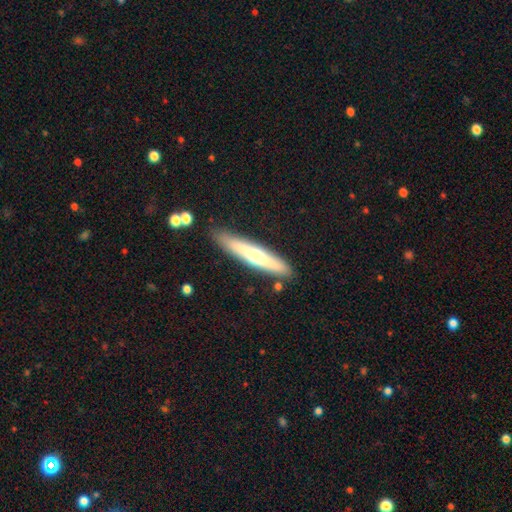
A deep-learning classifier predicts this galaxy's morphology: A smooth galaxy with no disk features (49%).

Vote fractions:
- Smooth or featured? smooth: 49% / featured or disk: 45% / star or artifact: 5%
- Merging? none: 86% / minor disturbance: 9% / merger: 3% / major disturbance: 2%